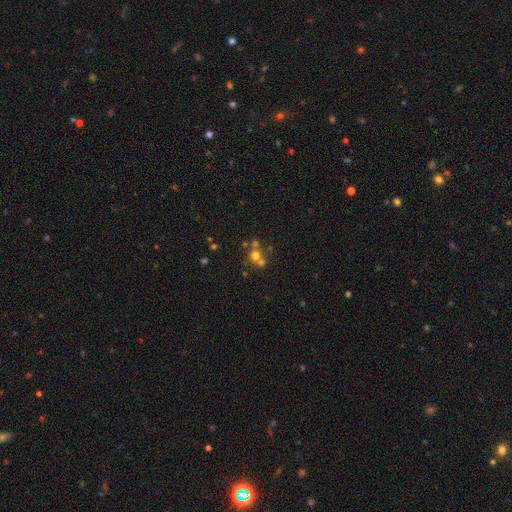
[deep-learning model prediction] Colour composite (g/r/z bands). It shows a smooth galaxy with no disk features (56%) that is round (86%). Merging: none (49%).